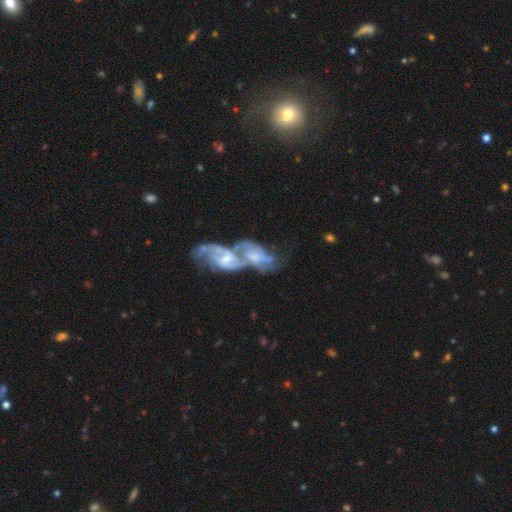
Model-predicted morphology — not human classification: smooth_or_featured: featured or disk (p=0.71) [alt: smooth p=0.22]
disk_edge_on: no (p=0.95) [alt: yes p=0.05]
bar: no (p=0.54) [alt: weak p=0.36]
has_spiral_arms: yes (p=0.74) [alt: no p=0.26]
bulge_size: small (p=0.39) [alt: moderate p=0.38]
merging: merger (p=0.78) [alt: major disturbance p=0.08]